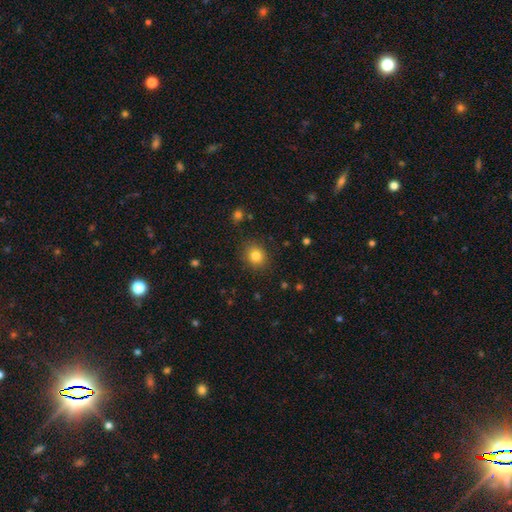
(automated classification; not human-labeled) Morphology: type=smooth (83%); roundness=round (73%); merging=none (86%).